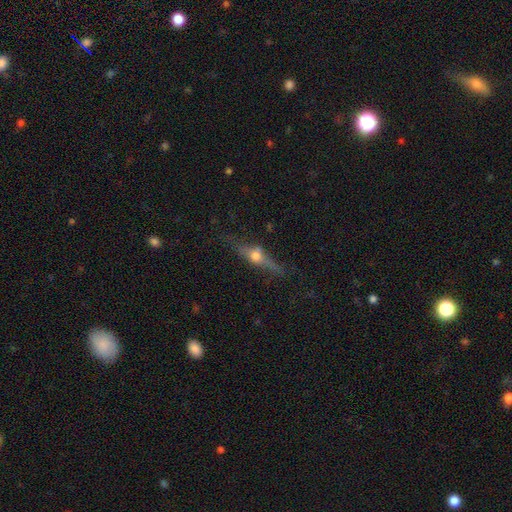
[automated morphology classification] A featured or disk galaxy (62%) viewed edge-on (91%) with a rounded central bulge (95%). Merging: none (71%).